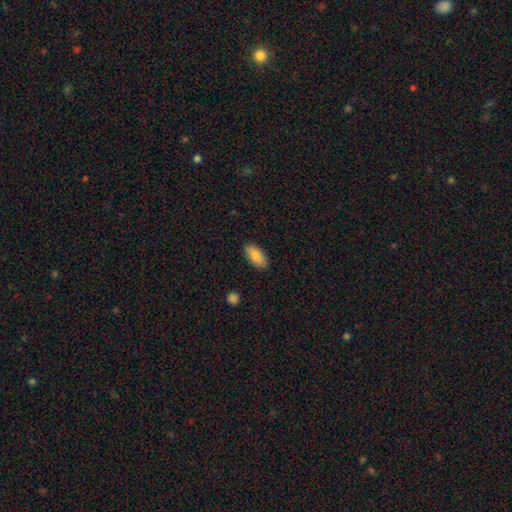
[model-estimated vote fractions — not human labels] Overall: smooth (86%). How rounded: in between (90%). Merging: none (87%).